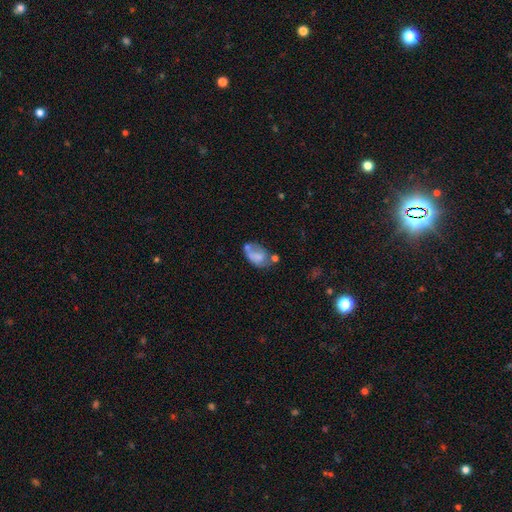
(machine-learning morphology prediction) Q: Smooth or featured?
A: smooth (59%); runner-up: featured or disk (31%)
Q: How rounded?
A: in between (88%); runner-up: round (11%)
Q: Merging?
A: none (30%); runner-up: minor disturbance (25%)